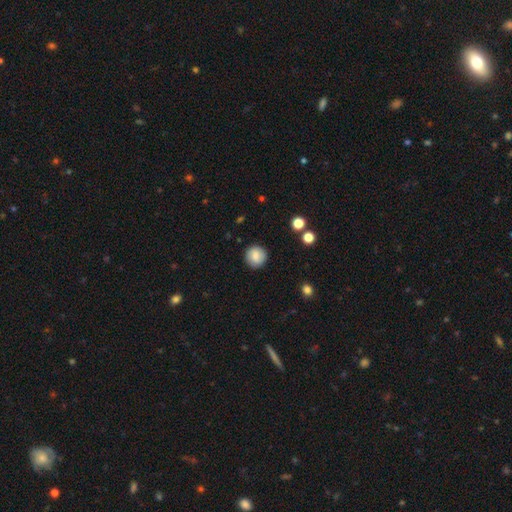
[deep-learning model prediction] Smooth or featured? smooth (82%)
How rounded? round (91%)
Merging? none (88%)